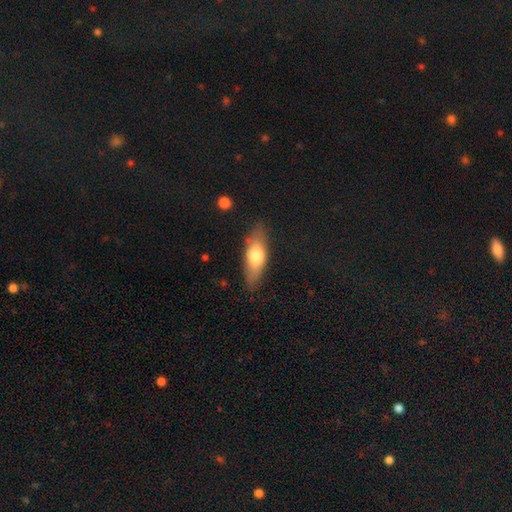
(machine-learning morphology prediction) type=smooth (66%); roundness=in between (67%); merging=none (80%).